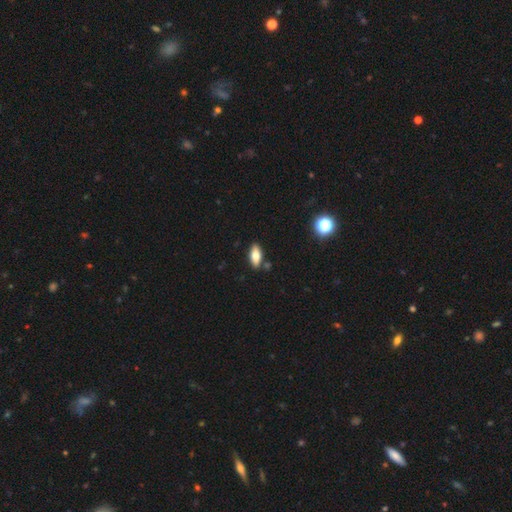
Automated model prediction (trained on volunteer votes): smooth-or-featured: smooth: 69% | featured or disk: 24% | star or artifact: 8%
  how-rounded: in between: 79% | cigar-shaped: 18% | round: 3%
  merging: none: 85% | minor disturbance: 10% | merger: 4% | major disturbance: 2%